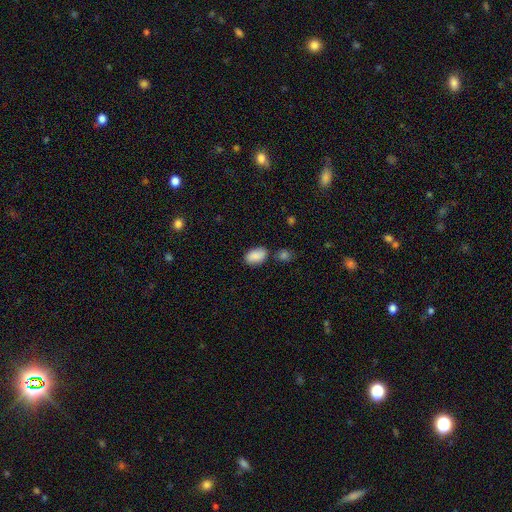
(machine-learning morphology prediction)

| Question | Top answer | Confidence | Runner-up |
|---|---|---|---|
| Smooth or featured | smooth | 86% | star or artifact (8%) |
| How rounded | in between | 90% | round (9%) |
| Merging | none | 69% | minor disturbance (17%) |